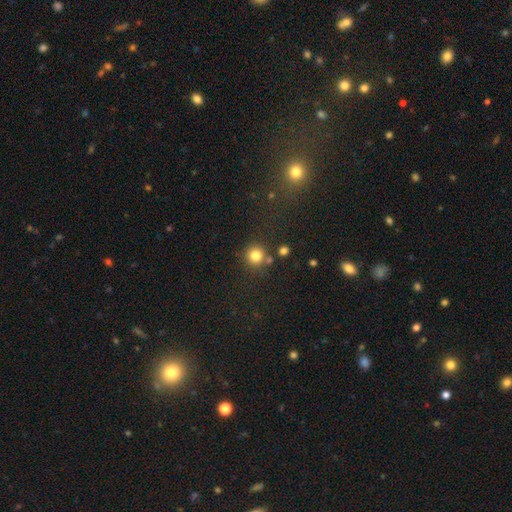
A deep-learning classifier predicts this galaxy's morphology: Smooth or featured?
  - smooth: 81% *
  - star or artifact: 13%
  - featured or disk: 6%
How rounded?
  - round: 92% *
  - in between: 7%
  - cigar-shaped: 1%
Merging?
  - none: 77% *
  - merger: 11%
  - minor disturbance: 9%
  - major disturbance: 3%